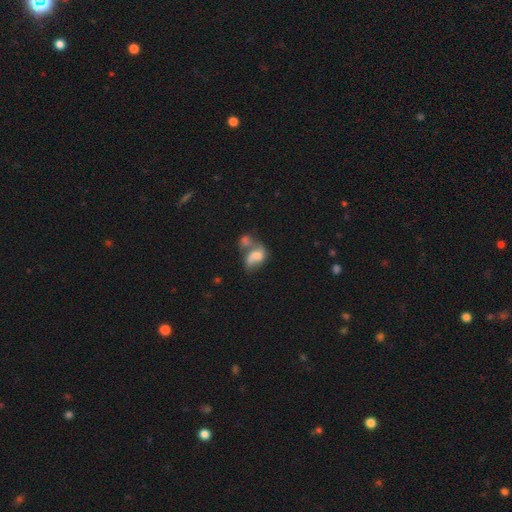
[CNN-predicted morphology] Smooth or featured? Predicted: smooth (p=0.49). Merging? Predicted: merger (p=0.58).